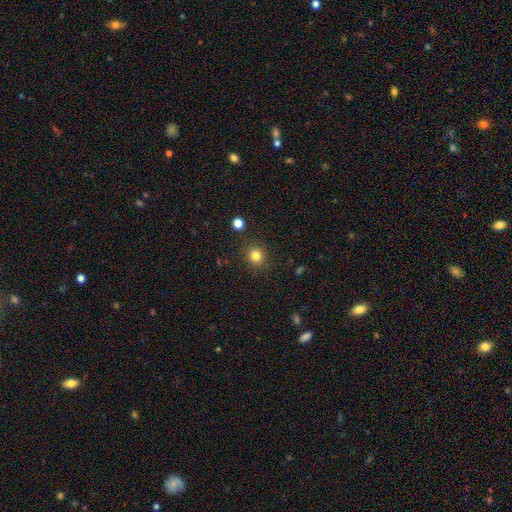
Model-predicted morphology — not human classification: smooth 82%, star or artifact 13%, featured or disk 5%. Down the decision tree: how rounded — round (92%); merging — none (90%).